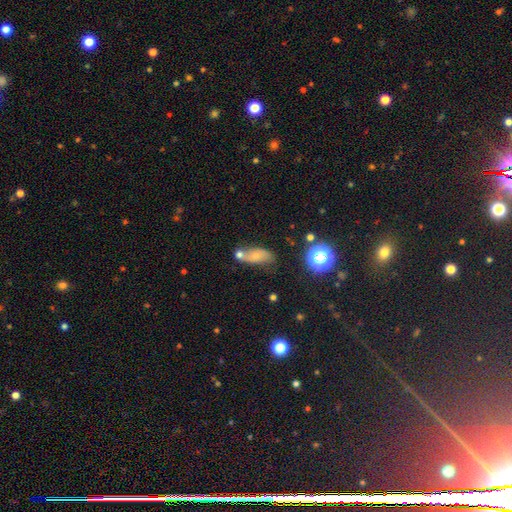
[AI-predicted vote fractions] Smooth or featured? Predicted: smooth (p=0.61). How rounded? Predicted: in between (p=0.71). Merging? Predicted: none (p=0.42).